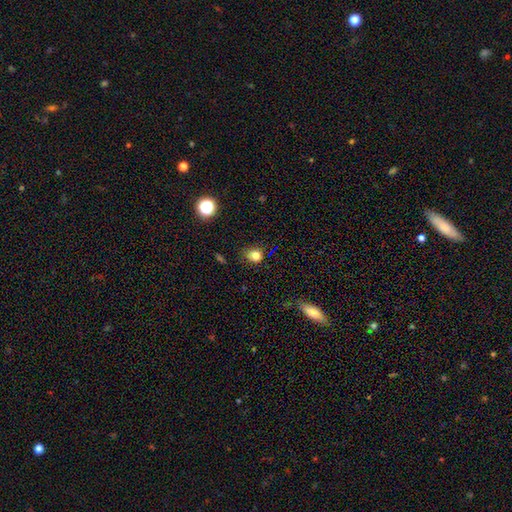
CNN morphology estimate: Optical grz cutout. It shows a smooth galaxy with no disk features (80%) that is round (75%). Merging: none (75%).